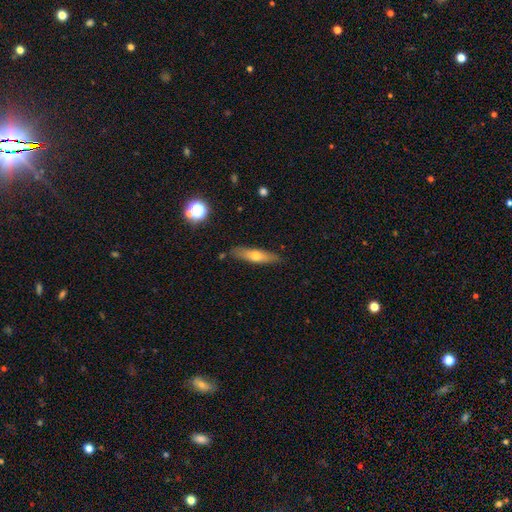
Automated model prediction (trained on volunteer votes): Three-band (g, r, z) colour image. It shows a smooth galaxy with no disk features (58%) that is cigar-shaped (71%). Merging: none (85%).